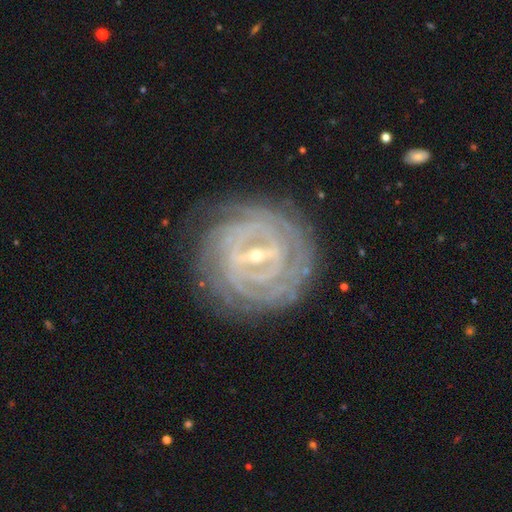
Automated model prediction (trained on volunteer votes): smooth_or_featured: featured or disk (p=0.90) [alt: star or artifact p=0.05]
disk_edge_on: no (p=0.95) [alt: yes p=0.05]
bar: strong (p=0.64) [alt: weak p=0.28]
has_spiral_arms: yes (p=0.95) [alt: no p=0.05]
spiral_winding: tight (p=0.86) [alt: medium p=0.11]
spiral_arm_count: can't tell (p=0.30) [alt: 4 p=0.23]
bulge_size: small (p=0.69) [alt: moderate p=0.28]
merging: none (p=0.83) [alt: minor disturbance p=0.11]